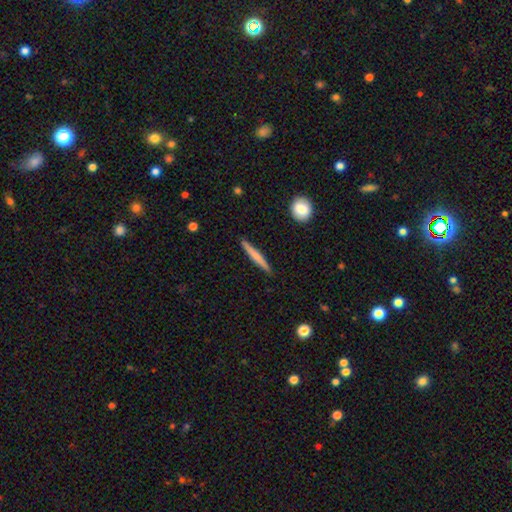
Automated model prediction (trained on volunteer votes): A smooth galaxy with no disk features (60%) that is cigar-shaped (95%).

Vote fractions:
- Smooth or featured? smooth: 60% / featured or disk: 34% / star or artifact: 5%
- How rounded? cigar-shaped: 95% / in between: 3% / round: 2%
- Merging? none: 89% / minor disturbance: 8% / major disturbance: 1% / merger: 1%